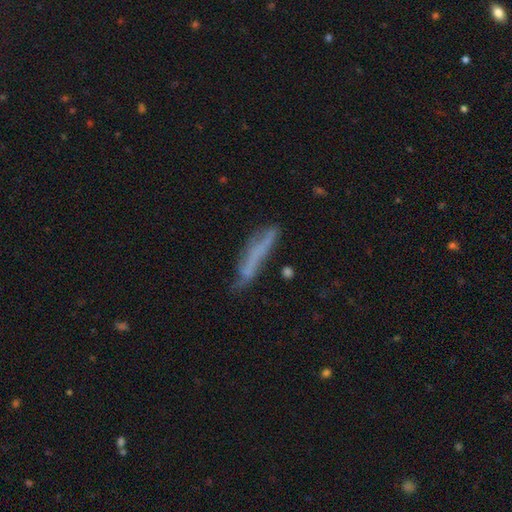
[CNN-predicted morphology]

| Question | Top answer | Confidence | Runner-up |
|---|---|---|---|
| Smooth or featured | smooth | 52% | featured or disk (37%) |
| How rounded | cigar-shaped | 89% | in between (9%) |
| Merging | none | 61% | minor disturbance (25%) |